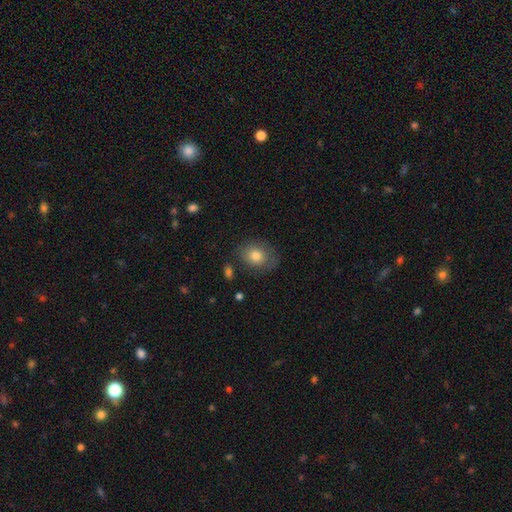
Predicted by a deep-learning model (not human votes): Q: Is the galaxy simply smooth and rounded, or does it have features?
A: smooth — 77%.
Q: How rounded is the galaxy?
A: in between — 50%.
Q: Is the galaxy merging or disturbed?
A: none — 71%.